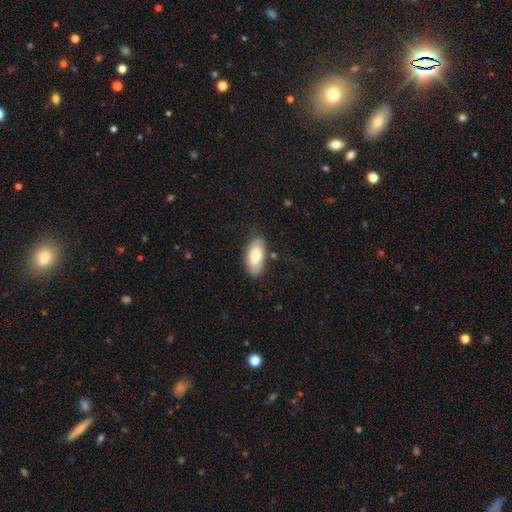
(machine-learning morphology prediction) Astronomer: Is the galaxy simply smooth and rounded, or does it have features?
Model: smooth — 71%.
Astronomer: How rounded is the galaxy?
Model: in between — 91%.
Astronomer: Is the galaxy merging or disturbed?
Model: none — 81%.